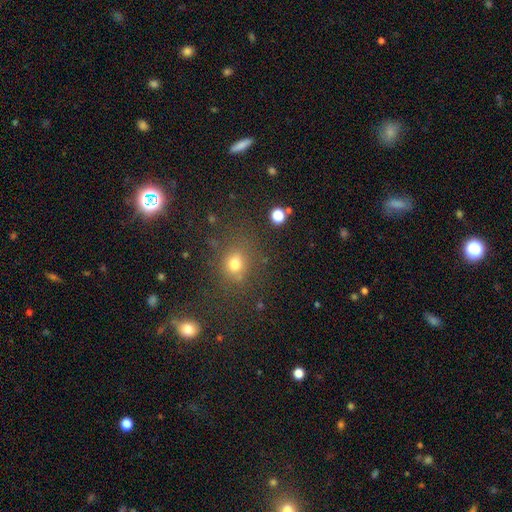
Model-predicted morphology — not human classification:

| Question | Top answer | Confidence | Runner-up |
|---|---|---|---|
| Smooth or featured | smooth | 54% | star or artifact (36%) |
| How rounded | round | 67% | in between (31%) |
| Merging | none | 82% | minor disturbance (10%) |